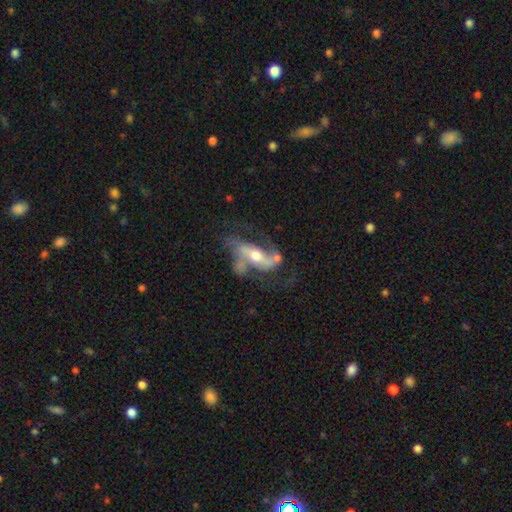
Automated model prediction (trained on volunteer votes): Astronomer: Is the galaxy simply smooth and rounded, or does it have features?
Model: featured or disk — 78%.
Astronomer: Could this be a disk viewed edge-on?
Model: no — 90%.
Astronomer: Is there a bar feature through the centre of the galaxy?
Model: no — 39% (runner-up: weak, 32%).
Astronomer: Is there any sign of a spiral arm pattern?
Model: yes — 83%.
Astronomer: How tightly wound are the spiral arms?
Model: loose — 53% (runner-up: medium, 35%).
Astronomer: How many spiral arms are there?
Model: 2 — 72%.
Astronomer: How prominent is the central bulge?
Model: moderate — 66%.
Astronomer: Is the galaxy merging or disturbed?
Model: none — 34% (runner-up: major disturbance, 29%).